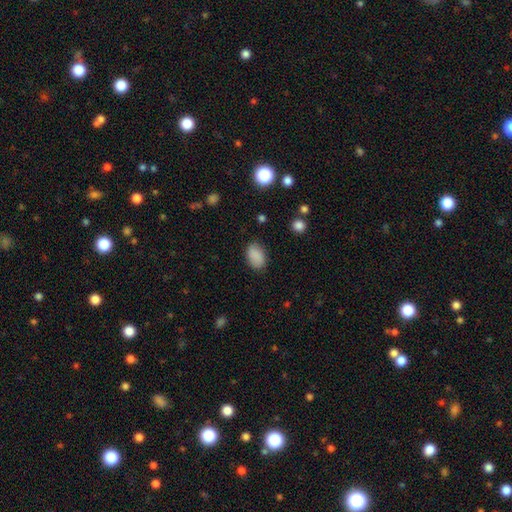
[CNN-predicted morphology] A smooth galaxy with no disk features (88%) that is in between round and cigar-shaped (88%). Merging: none (83%).